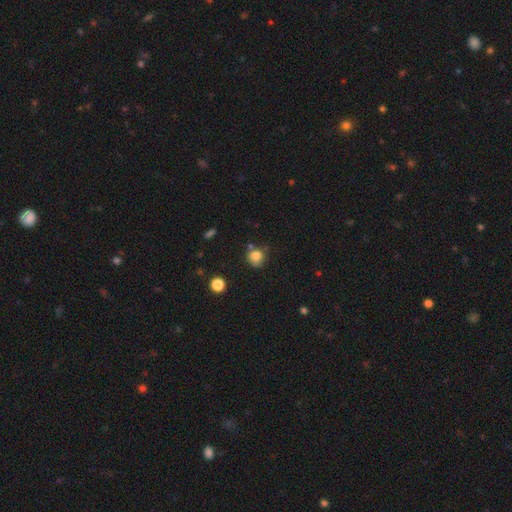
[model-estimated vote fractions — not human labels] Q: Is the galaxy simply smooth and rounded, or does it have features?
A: smooth — 81%.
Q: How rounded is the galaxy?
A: round — 80%.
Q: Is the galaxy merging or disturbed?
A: none — 61%.